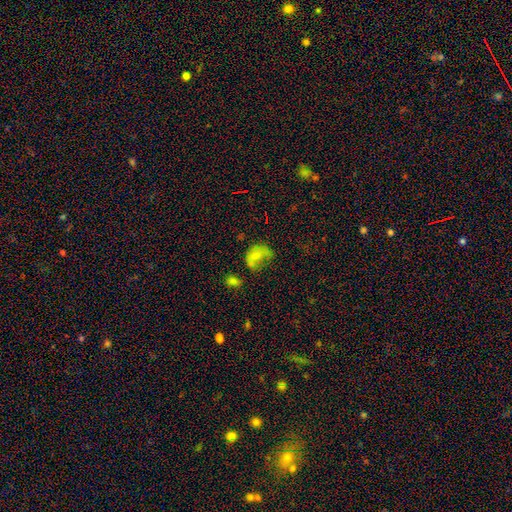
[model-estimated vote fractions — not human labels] smooth 62%, featured or disk 23%, star or artifact 15%. Down the decision tree: how rounded — in between (74%); merging — major disturbance (40%).